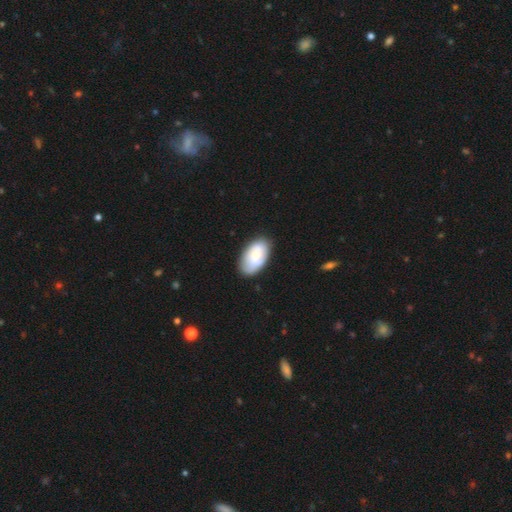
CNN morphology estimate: Smooth or featured?
  - smooth: 65% *
  - featured or disk: 29%
  - star or artifact: 6%
How rounded?
  - in between: 94% *
  - round: 5%
  - cigar-shaped: 1%
Merging?
  - none: 76% *
  - minor disturbance: 18%
  - major disturbance: 4%
  - merger: 2%